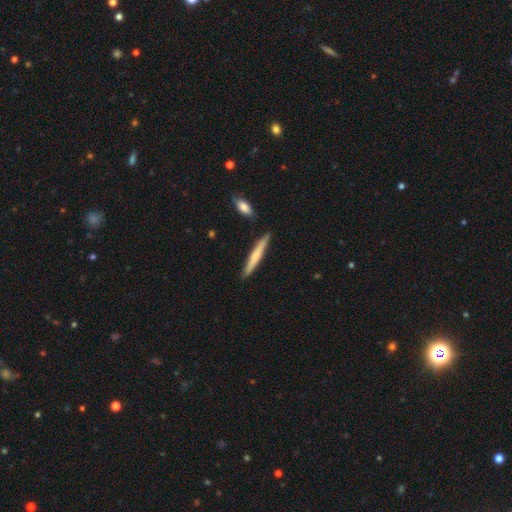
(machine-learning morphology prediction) A smooth galaxy with no disk features (58%) that is cigar-shaped (95%). Merging: none (87%).